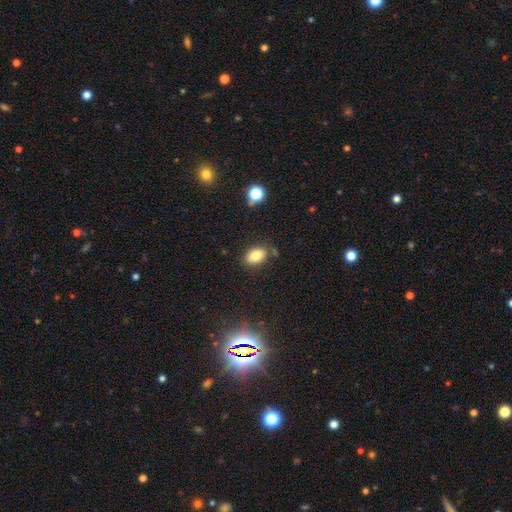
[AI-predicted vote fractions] Overall: smooth (81%). How rounded: in between (86%). Merging: none (78%).